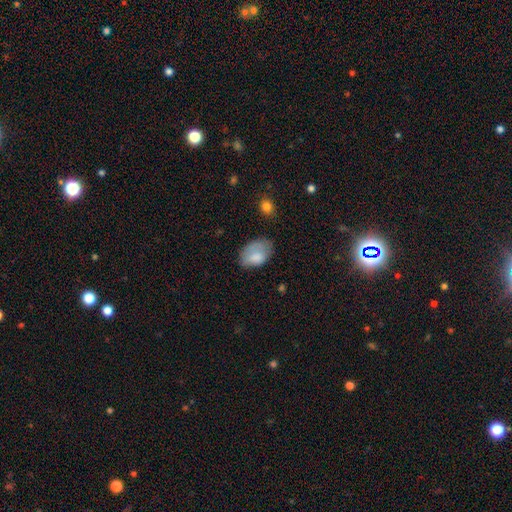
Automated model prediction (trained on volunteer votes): This appears to be a smooth galaxy with no disk features (78%) that is in between round and cigar-shaped (89%). Merging: none (49%).